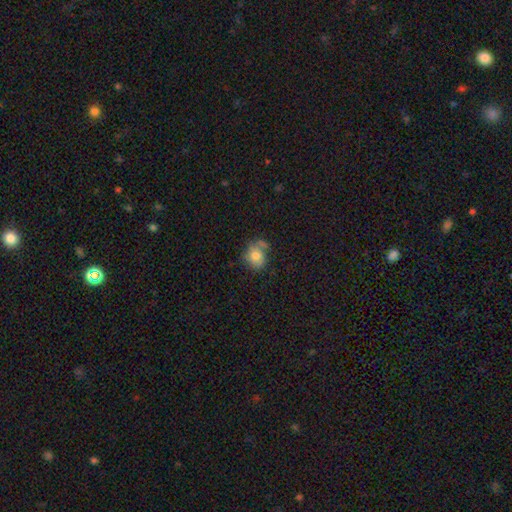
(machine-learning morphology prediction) Q: Smooth or featured?
A: smooth (73%); runner-up: featured or disk (18%)
Q: How rounded?
A: round (65%); runner-up: in between (34%)
Q: Merging?
A: none (48%); runner-up: minor disturbance (27%)